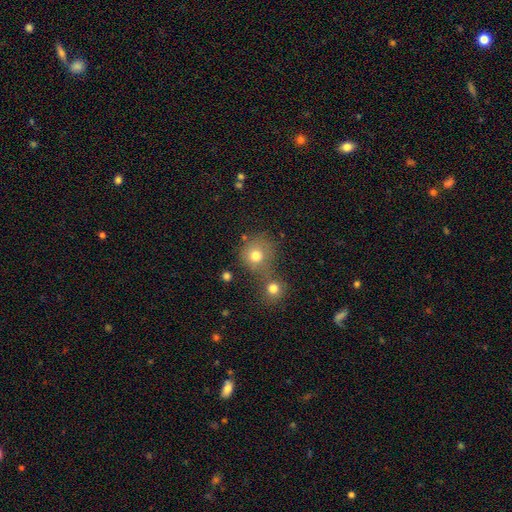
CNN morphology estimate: smooth 76%, star or artifact 13%, featured or disk 11%. Down the decision tree: how rounded — round (85%); merging — none (46%).